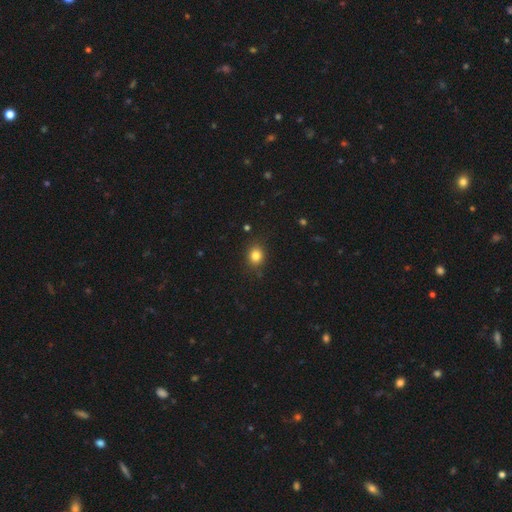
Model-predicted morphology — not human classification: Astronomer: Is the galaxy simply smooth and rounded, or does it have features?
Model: smooth — 82%.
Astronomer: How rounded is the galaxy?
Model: round — 63%.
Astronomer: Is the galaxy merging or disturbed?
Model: none — 85%.